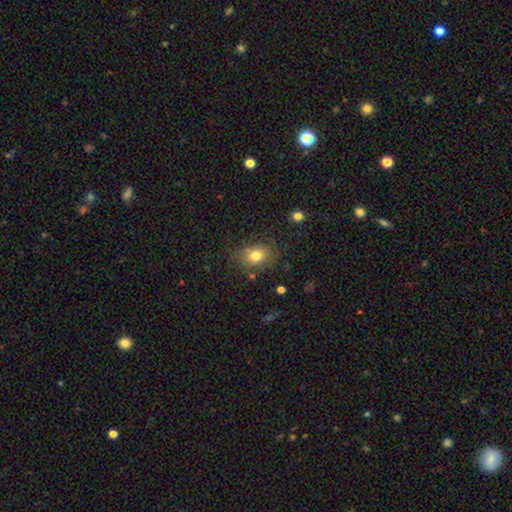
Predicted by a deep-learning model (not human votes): A smooth galaxy with no disk features (79%) that is in between round and cigar-shaped (60%). Merging: none (77%).